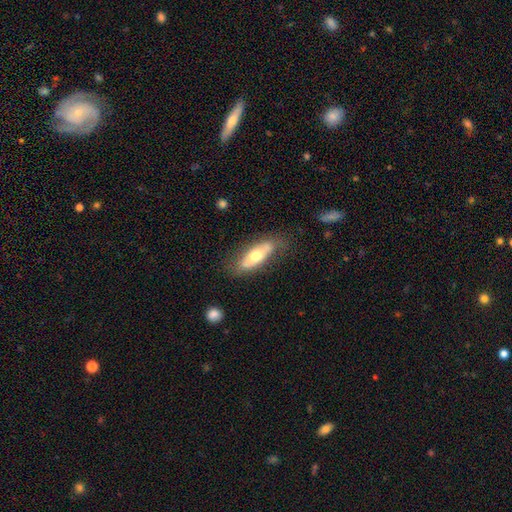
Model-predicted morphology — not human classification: smooth-or-featured: smooth: 52% | featured or disk: 42% | star or artifact: 6%
  how-rounded: in between: 68% | cigar-shaped: 29% | round: 2%
  merging: none: 68% | minor disturbance: 22% | major disturbance: 7% | merger: 3%